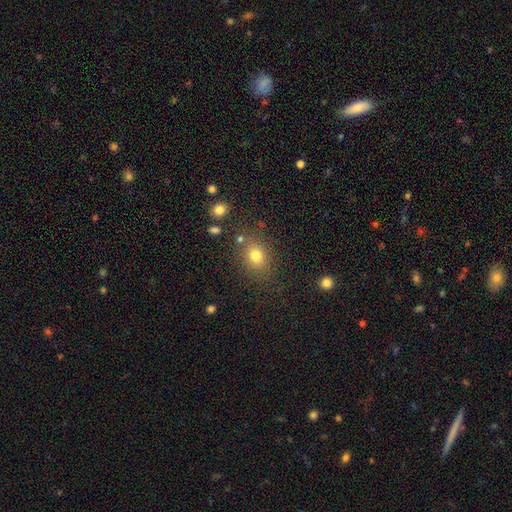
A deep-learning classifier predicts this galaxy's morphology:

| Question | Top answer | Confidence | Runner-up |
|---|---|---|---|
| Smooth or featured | smooth | 78% | star or artifact (13%) |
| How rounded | in between | 56% | round (43%) |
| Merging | none | 75% | minor disturbance (14%) |